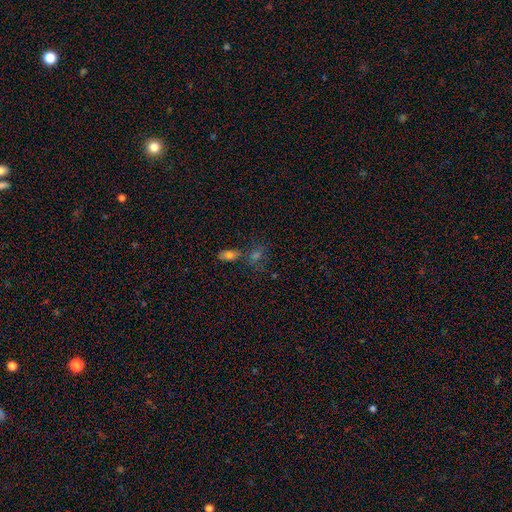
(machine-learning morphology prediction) A smooth galaxy with no disk features (48%).

Vote fractions:
- Smooth or featured? smooth: 48% / star or artifact: 33% / featured or disk: 19%
- Merging? none: 46% / merger: 36% / minor disturbance: 11% / major disturbance: 7%